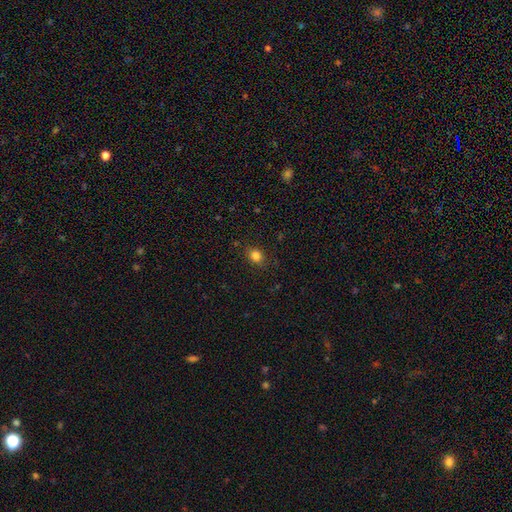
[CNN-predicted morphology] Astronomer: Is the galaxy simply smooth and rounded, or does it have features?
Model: smooth — 83%.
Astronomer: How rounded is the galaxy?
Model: in between — 53% (runner-up: round, 45%).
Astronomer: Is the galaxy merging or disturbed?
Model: none — 84%.